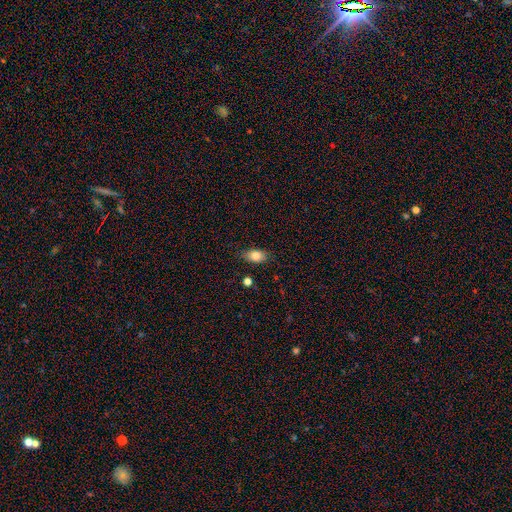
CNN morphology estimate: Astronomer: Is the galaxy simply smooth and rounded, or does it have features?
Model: smooth — 81%.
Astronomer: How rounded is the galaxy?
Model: in between — 86%.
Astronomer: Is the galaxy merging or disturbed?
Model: none — 82%.